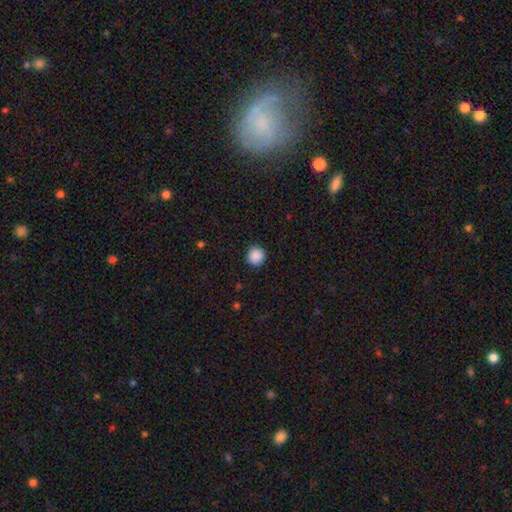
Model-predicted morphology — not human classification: This appears to be a smooth galaxy with no disk features (89%) that is round (94%). Merging: none (92%).